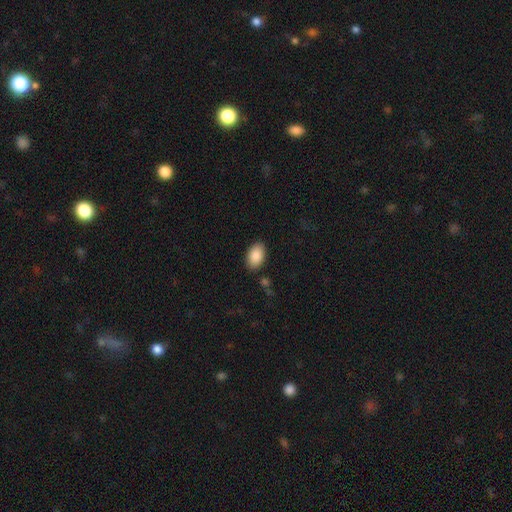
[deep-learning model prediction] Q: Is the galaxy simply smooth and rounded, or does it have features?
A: smooth — 89%.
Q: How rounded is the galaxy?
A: in between — 92%.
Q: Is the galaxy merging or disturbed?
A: none — 87%.